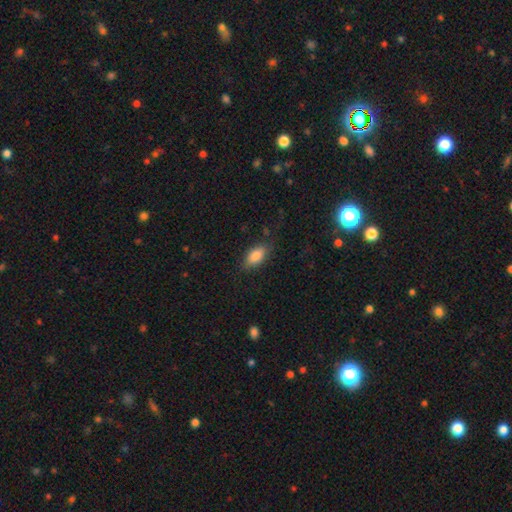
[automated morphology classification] Smooth or featured: smooth — 84% (featured or disk — 9%)
How rounded: in between — 89% (cigar-shaped — 7%)
Merging: none — 76% (minor disturbance — 17%)